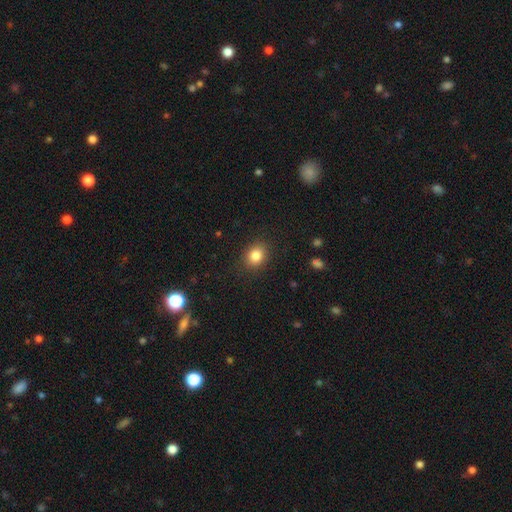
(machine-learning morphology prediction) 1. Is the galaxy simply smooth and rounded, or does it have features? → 84% smooth, 10% star or artifact, 6% featured or disk.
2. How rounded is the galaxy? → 53% round, 46% in between, 1% cigar-shaped.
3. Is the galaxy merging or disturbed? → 87% none, 9% minor disturbance, 3% major disturbance, 1% merger.